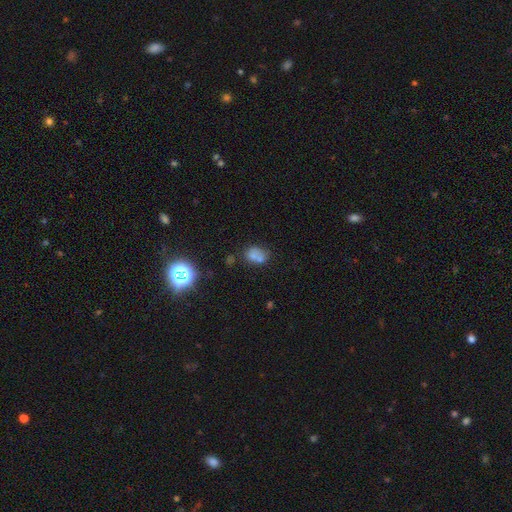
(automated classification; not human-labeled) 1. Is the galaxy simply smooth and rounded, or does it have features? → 65% smooth, 18% star or artifact, 18% featured or disk.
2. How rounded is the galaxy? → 56% in between, 42% round, 2% cigar-shaped.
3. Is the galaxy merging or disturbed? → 44% merger, 37% none, 13% minor disturbance, 6% major disturbance.